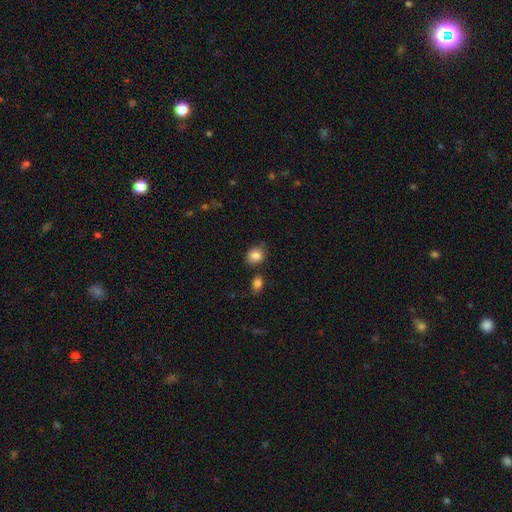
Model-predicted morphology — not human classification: smooth-or-featured: smooth: 85% | star or artifact: 9% | featured or disk: 6%
  how-rounded: round: 57% | in between: 42% | cigar-shaped: 1%
  merging: none: 73% | minor disturbance: 17% | merger: 7% | major disturbance: 4%